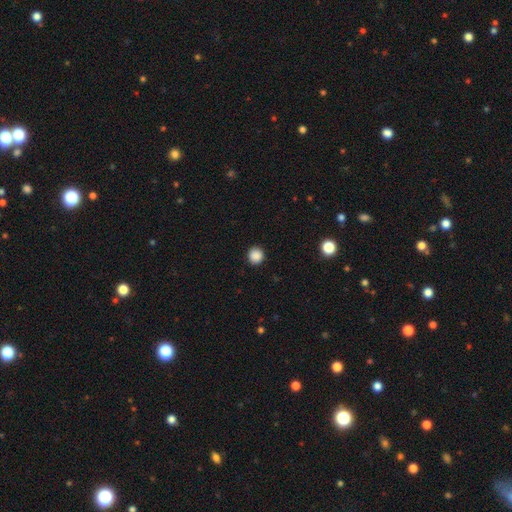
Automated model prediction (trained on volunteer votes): smooth-or-featured: smooth: 88% | star or artifact: 10% | featured or disk: 2%
  how-rounded: round: 92% | in between: 7% | cigar-shaped: 1%
  merging: none: 92% | minor disturbance: 5% | major disturbance: 2% | merger: 1%